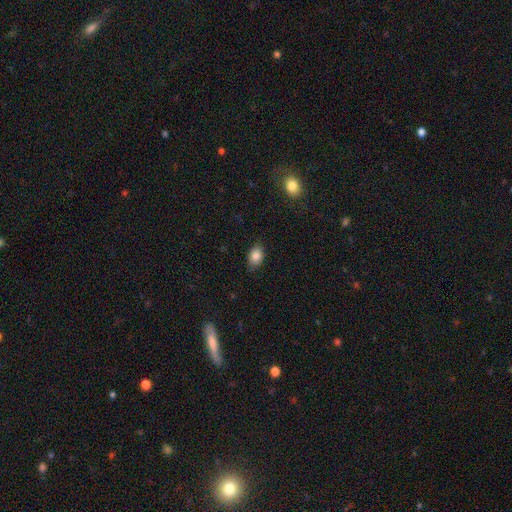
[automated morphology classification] The model was most divided on "how rounded": in between: 78%, round: 21%, cigar-shaped: 1%. More confident: smooth or featured — smooth (86%); merging — none (83%).